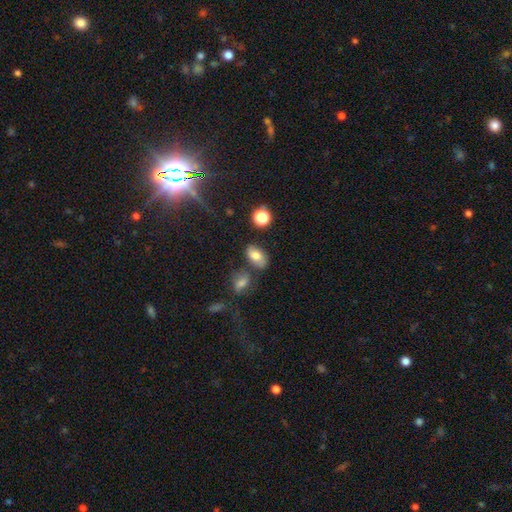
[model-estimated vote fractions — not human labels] This is likely a smooth galaxy (76%). How rounded: clearly in between (89%). Merging: likely none (69%).